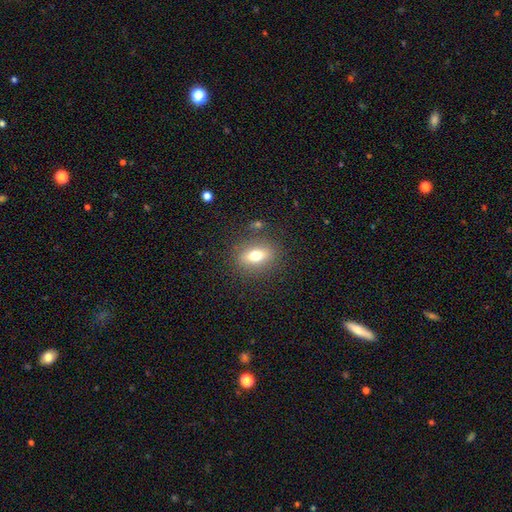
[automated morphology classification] Smooth or featured? Predicted: smooth (p=0.67). How rounded? Predicted: in between (p=0.68). Merging? Predicted: none (p=0.84).